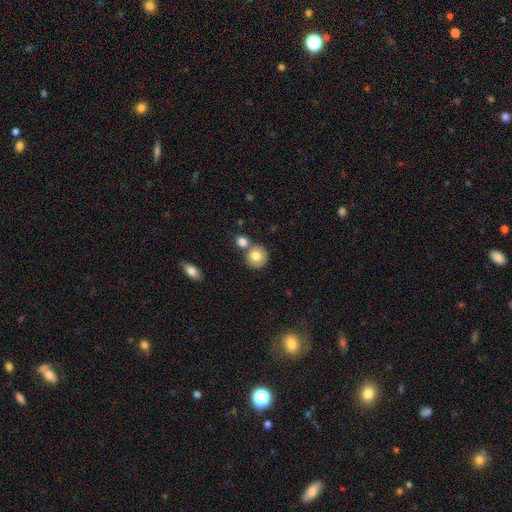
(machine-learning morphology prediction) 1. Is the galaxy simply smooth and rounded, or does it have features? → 79% smooth, 13% featured or disk, 9% star or artifact.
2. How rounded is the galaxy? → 88% round, 11% in between, 1% cigar-shaped.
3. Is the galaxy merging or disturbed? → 63% none, 25% merger, 9% minor disturbance, 3% major disturbance.